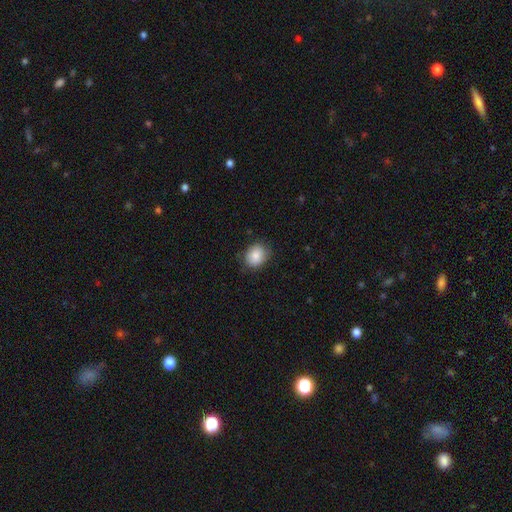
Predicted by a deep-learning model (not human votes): Smooth or featured? smooth (86%)
How rounded? round (52%)
Merging? none (80%)